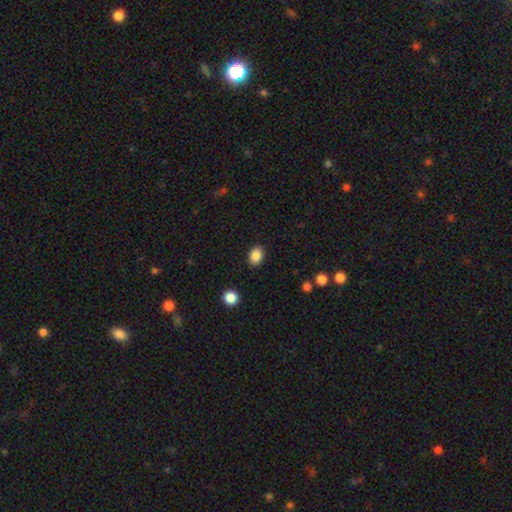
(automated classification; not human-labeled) smooth_or_featured: smooth (p=0.86) [alt: star or artifact p=0.09]
how_rounded: in between (p=0.65) [alt: round p=0.34]
merging: none (p=0.88) [alt: minor disturbance p=0.09]